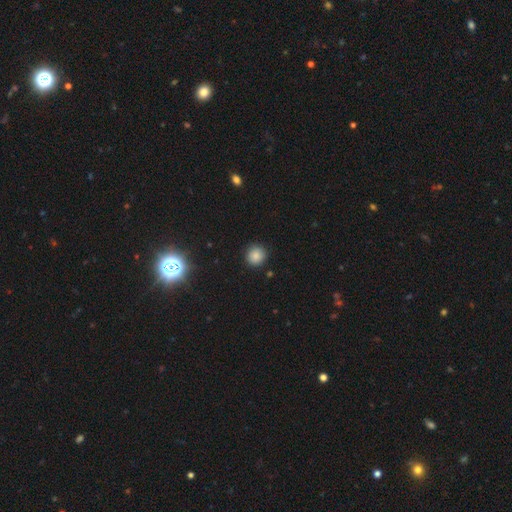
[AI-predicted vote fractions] This is clearly a smooth galaxy (84%). How rounded: clearly round (93%). Merging: clearly none (90%).